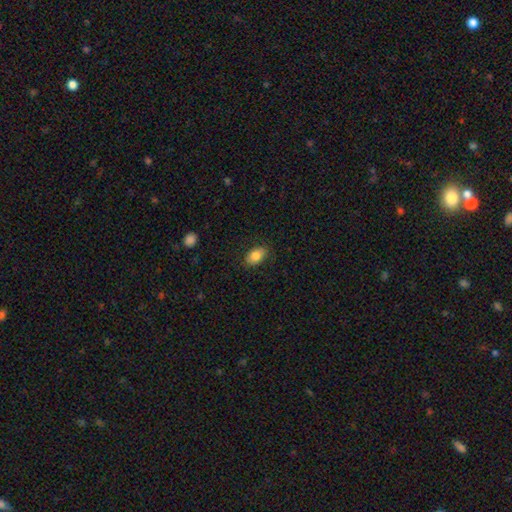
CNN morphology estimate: Overall: smooth (83%). How rounded: in between (88%). Merging: none (85%).